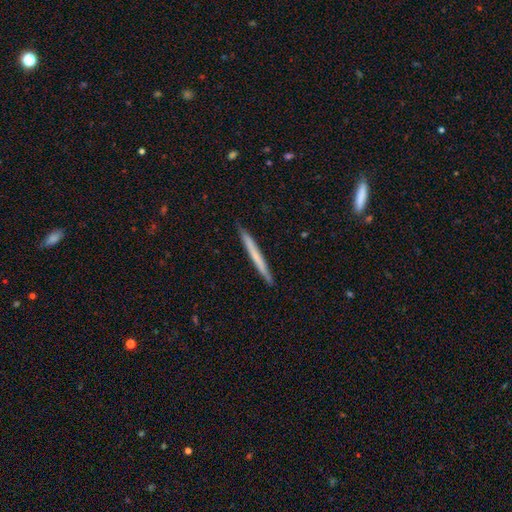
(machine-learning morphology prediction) smooth_or_featured: smooth (p=0.58) [alt: featured or disk p=0.36]
how_rounded: cigar-shaped (p=0.97) [alt: in between p=0.02]
merging: none (p=0.91) [alt: minor disturbance p=0.07]